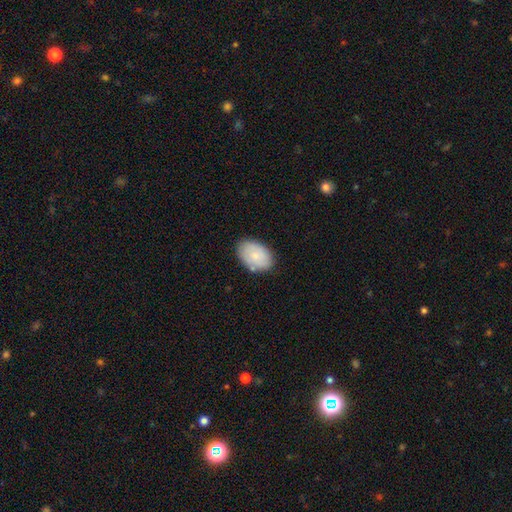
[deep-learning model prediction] Morphology: type=smooth (78%); roundness=in between (88%); merging=none (79%).